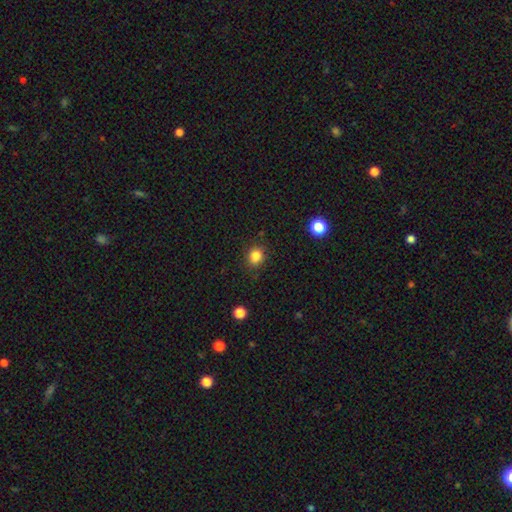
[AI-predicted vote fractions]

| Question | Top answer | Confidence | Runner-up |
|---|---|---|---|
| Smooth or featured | smooth | 84% | star or artifact (12%) |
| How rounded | round | 71% | in between (28%) |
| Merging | none | 86% | minor disturbance (10%) |